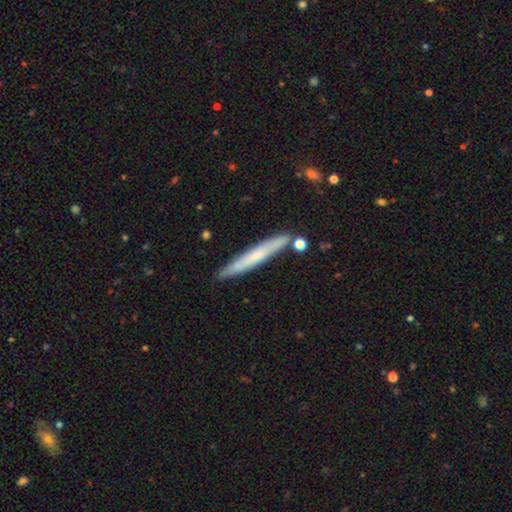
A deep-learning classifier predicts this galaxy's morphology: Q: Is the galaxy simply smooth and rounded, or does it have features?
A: smooth — 55%.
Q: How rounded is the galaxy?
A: cigar-shaped — 96%.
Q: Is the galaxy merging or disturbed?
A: none — 85%.